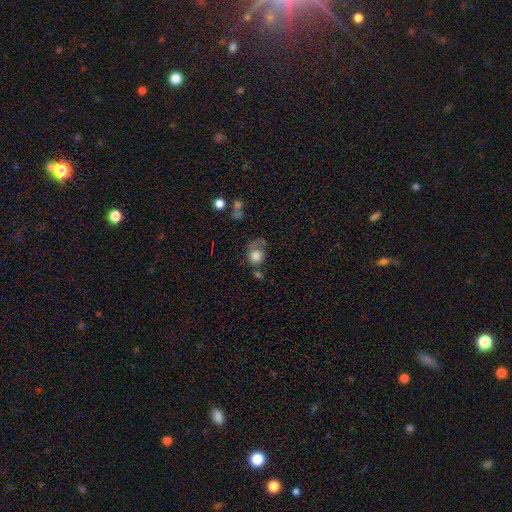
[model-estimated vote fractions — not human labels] Overall: smooth (75%). How rounded: round (63%; in between 36%). Merging: none (33%; major disturbance 28%).